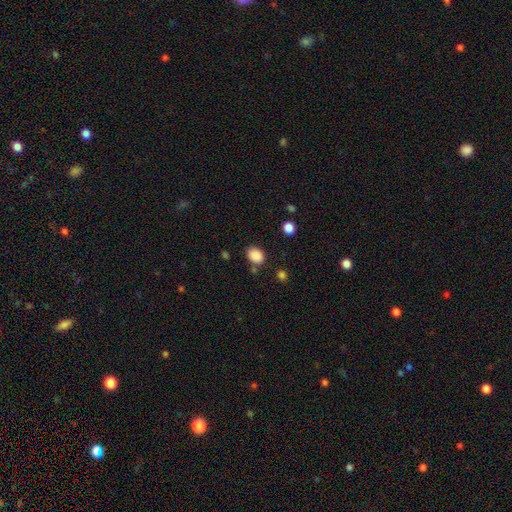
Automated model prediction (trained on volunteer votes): A smooth galaxy with no disk features (87%) that is in between round and cigar-shaped (65%).

Vote fractions:
- Smooth or featured? smooth: 87% / star or artifact: 9% / featured or disk: 3%
- How rounded? in between: 65% / round: 34% / cigar-shaped: 1%
- Merging? none: 77% / minor disturbance: 14% / merger: 5% / major disturbance: 4%